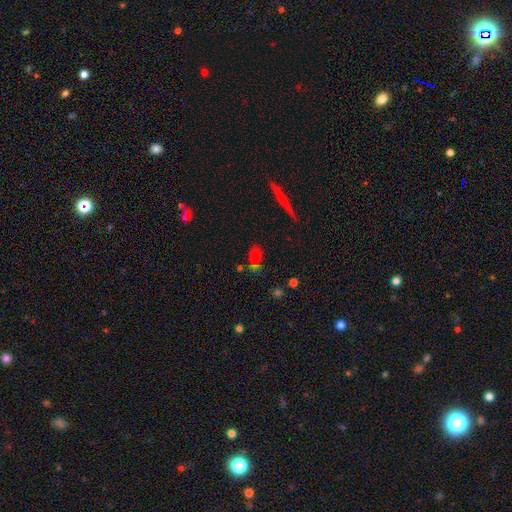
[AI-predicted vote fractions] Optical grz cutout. It shows a smooth galaxy with no disk features (61%) that is in between round and cigar-shaped (74%). Merging: none (59%).